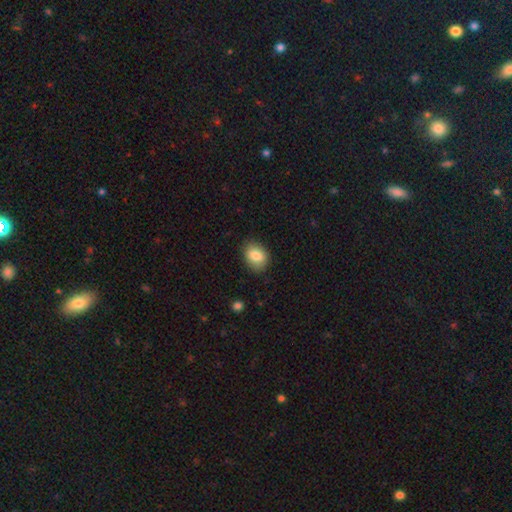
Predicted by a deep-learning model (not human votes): A smooth galaxy with no disk features (85%) that is in between round and cigar-shaped (63%). Merging: none (82%).